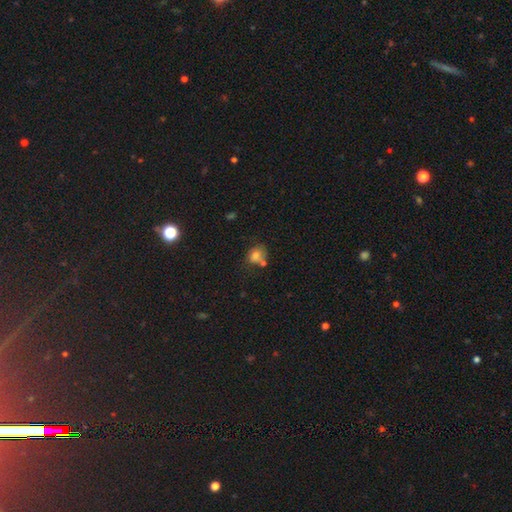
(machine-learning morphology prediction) Q: Smooth or featured?
A: smooth (75%); runner-up: featured or disk (13%)
Q: How rounded?
A: round (57%); runner-up: in between (42%)
Q: Merging?
A: none (48%); runner-up: merger (25%)